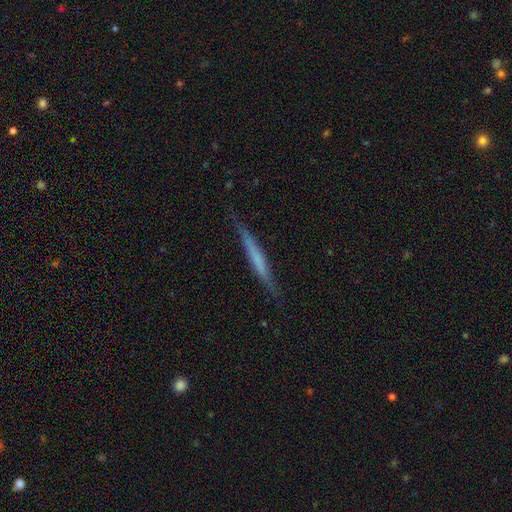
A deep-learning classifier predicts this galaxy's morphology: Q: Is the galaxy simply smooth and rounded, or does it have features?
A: featured or disk — 47%, tied with smooth.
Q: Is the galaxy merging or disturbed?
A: none — 82%.